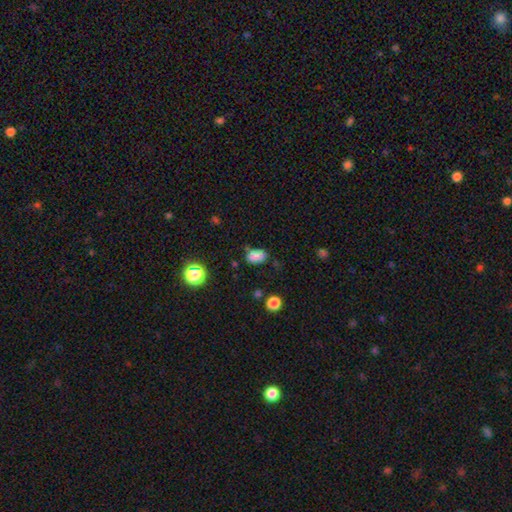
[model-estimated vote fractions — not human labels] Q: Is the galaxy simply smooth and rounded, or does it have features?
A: smooth — 82%.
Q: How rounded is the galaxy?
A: in between — 86%.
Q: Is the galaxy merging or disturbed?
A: none — 71%.